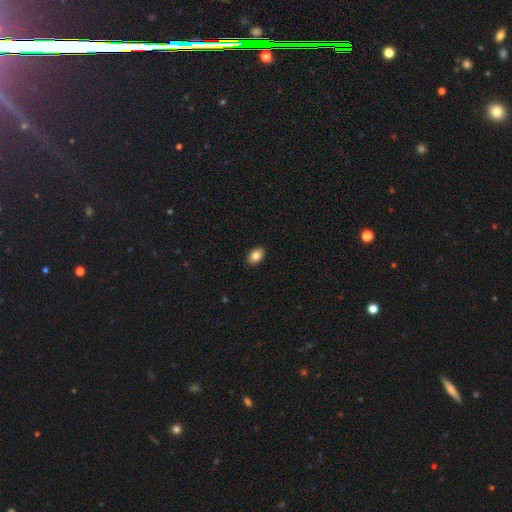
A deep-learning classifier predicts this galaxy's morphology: smooth-or-featured: smooth: 86% | star or artifact: 8% | featured or disk: 6%
  how-rounded: in between: 88% | round: 11% | cigar-shaped: 1%
  merging: none: 90% | minor disturbance: 7% | major disturbance: 2% | merger: 1%